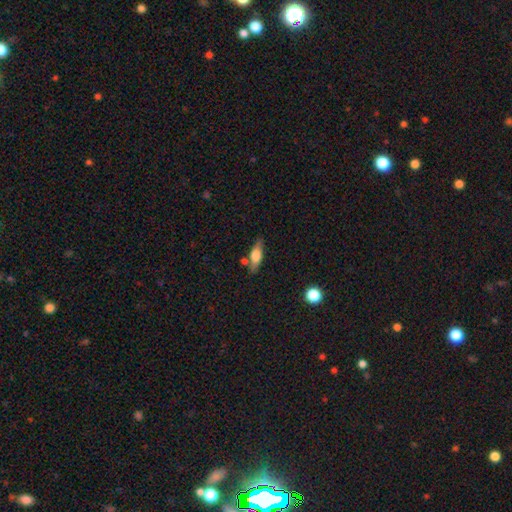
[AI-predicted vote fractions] Smooth or featured? smooth (59%)
How rounded? in between (58%)
Merging? none (72%)